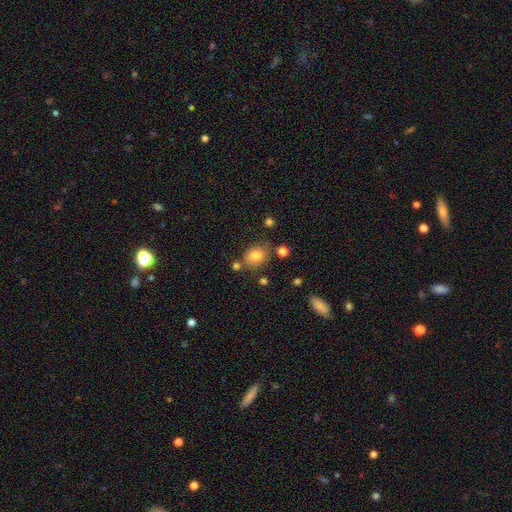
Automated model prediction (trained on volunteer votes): This is likely a smooth galaxy (79%). How rounded: possibly round (50%). Merging: likely none (70%).